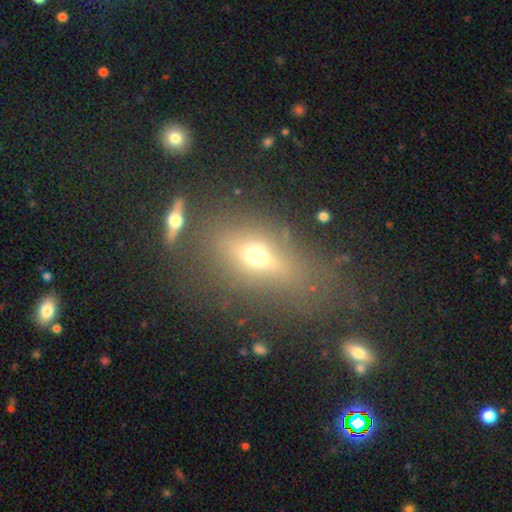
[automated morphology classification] type=smooth (52%); roundness=in between (68%); merging=none (57%).